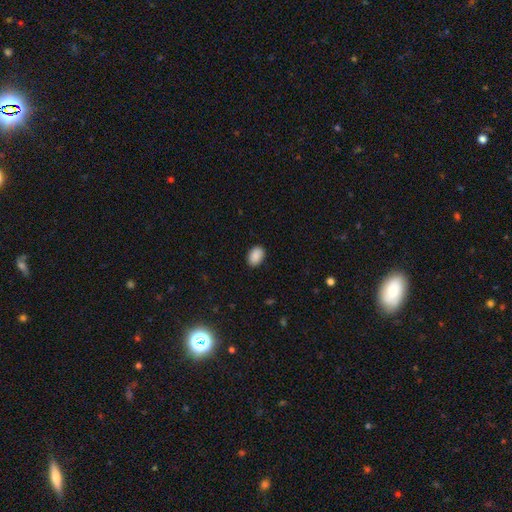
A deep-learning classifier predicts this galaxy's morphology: Smooth or featured?
  - smooth: 90% *
  - star or artifact: 7%
  - featured or disk: 3%
How rounded?
  - in between: 83% *
  - round: 16%
  - cigar-shaped: 1%
Merging?
  - none: 88% *
  - minor disturbance: 9%
  - major disturbance: 2%
  - merger: 1%